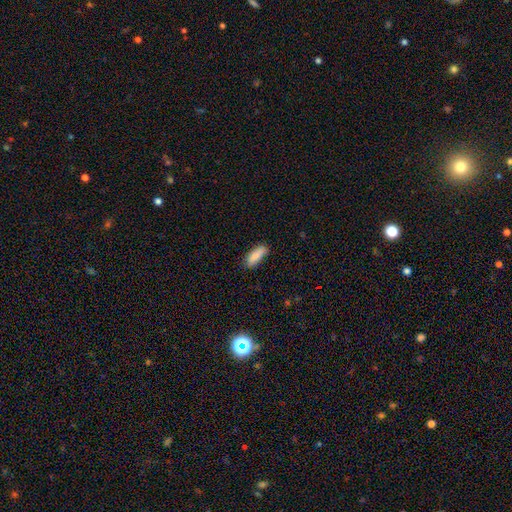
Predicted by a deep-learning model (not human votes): Q: Smooth or featured?
A: smooth (86%); runner-up: featured or disk (8%)
Q: How rounded?
A: in between (67%); runner-up: cigar-shaped (31%)
Q: Merging?
A: none (76%); runner-up: minor disturbance (19%)